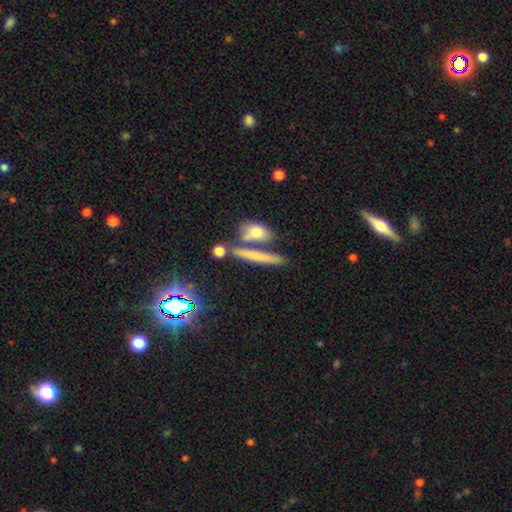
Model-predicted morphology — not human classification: smooth-or-featured: smooth: 61% | featured or disk: 25% | star or artifact: 14%
  how-rounded: cigar-shaped: 73% | in between: 17% | round: 10%
  merging: none: 64% | merger: 21% | minor disturbance: 11% | major disturbance: 4%